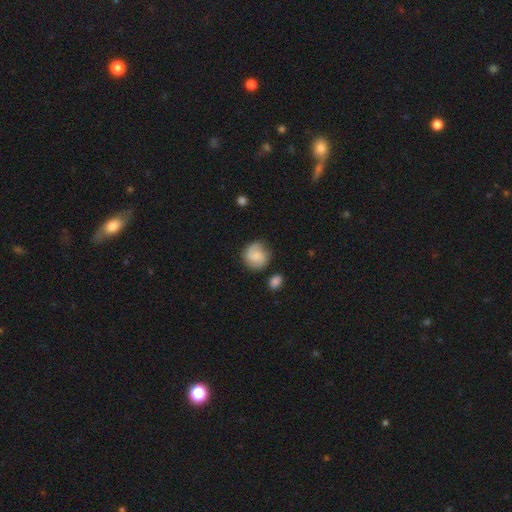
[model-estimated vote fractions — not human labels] A smooth galaxy with no disk features (47%). Merging: none (76%).